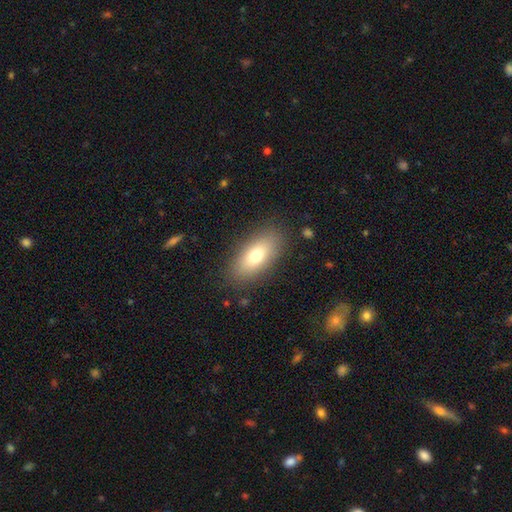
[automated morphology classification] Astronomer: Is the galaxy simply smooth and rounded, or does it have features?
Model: smooth — 73%.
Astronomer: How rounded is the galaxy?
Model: in between — 84%.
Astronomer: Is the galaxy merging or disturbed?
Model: none — 85%.